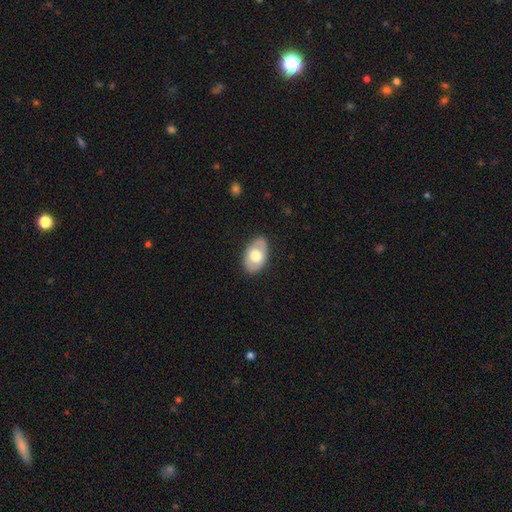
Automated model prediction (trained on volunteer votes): A smooth galaxy with no disk features (58%) that is in between round and cigar-shaped (89%).

Vote fractions:
- Smooth or featured? smooth: 58% / featured or disk: 36% / star or artifact: 6%
- How rounded? in between: 89% / round: 9% / cigar-shaped: 1%
- Merging? none: 82% / minor disturbance: 14% / major disturbance: 3% / merger: 1%